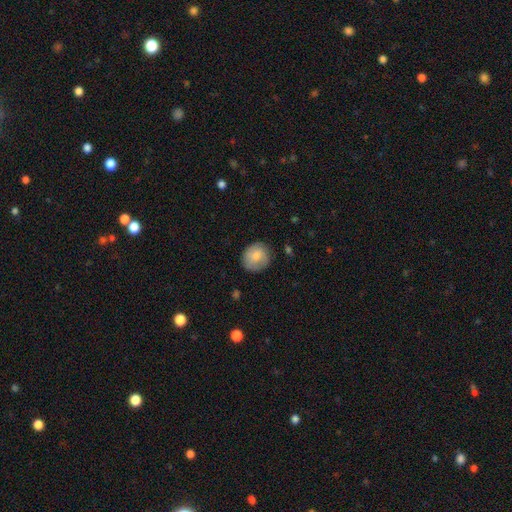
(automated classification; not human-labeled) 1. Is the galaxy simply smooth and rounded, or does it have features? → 72% smooth, 21% featured or disk, 7% star or artifact.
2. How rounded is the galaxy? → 87% round, 12% in between, 1% cigar-shaped.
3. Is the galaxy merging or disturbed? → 80% none, 15% minor disturbance, 4% major disturbance, 1% merger.